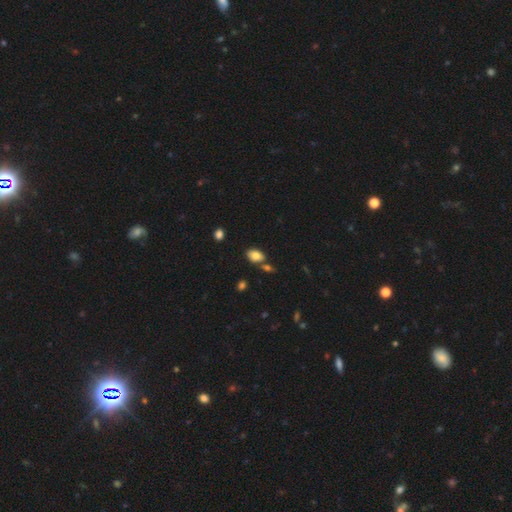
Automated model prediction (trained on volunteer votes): Smooth or featured: smooth — 82% (star or artifact — 9%)
How rounded: in between — 86% (round — 12%)
Merging: none — 67% (merger — 16%)